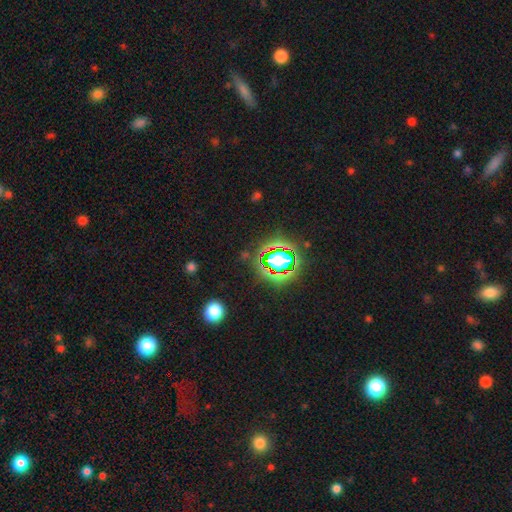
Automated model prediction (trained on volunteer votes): Smooth or featured? star or artifact (77%)